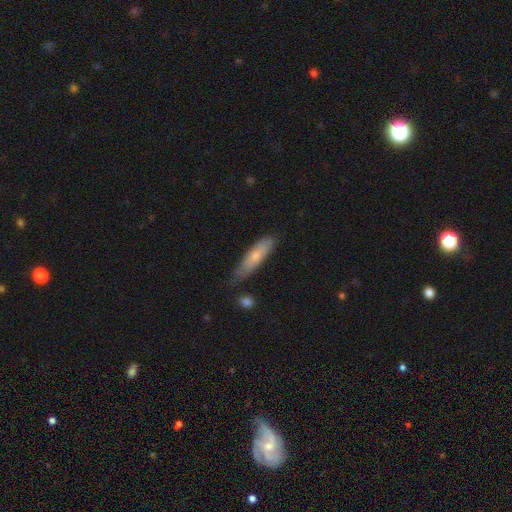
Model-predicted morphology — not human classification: Smooth or featured? Predicted: smooth (p=0.68). How rounded? Predicted: cigar-shaped (p=0.69). Merging? Predicted: none (p=0.64).